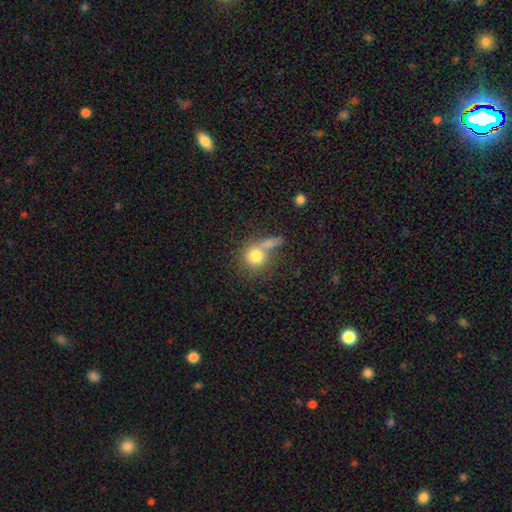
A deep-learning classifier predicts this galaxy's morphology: A smooth galaxy with no disk features (78%) that is round (83%).

Vote fractions:
- Smooth or featured? smooth: 78% / featured or disk: 13% / star or artifact: 9%
- How rounded? round: 83% / in between: 15% / cigar-shaped: 2%
- Merging? merger: 41% / none: 37% / minor disturbance: 12% / major disturbance: 10%